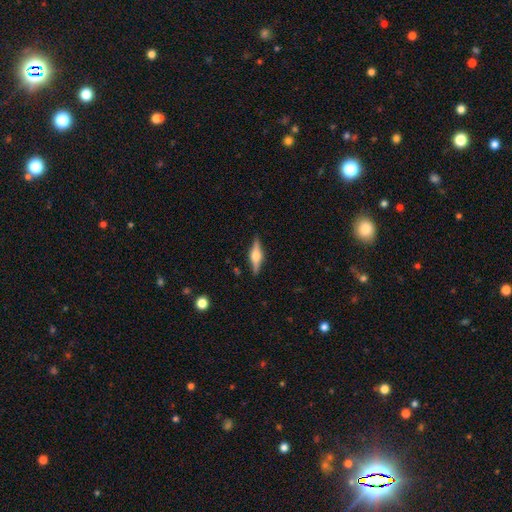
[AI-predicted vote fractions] smooth-or-featured: featured or disk: 71% | smooth: 23% | star or artifact: 6%
  disk-edge-on: yes: 97% | no: 3%
    edge-on-bulge: rounded: 91% | boxy: 7% | none: 2%
  merging: none: 88% | minor disturbance: 9% | major disturbance: 2% | merger: 1%